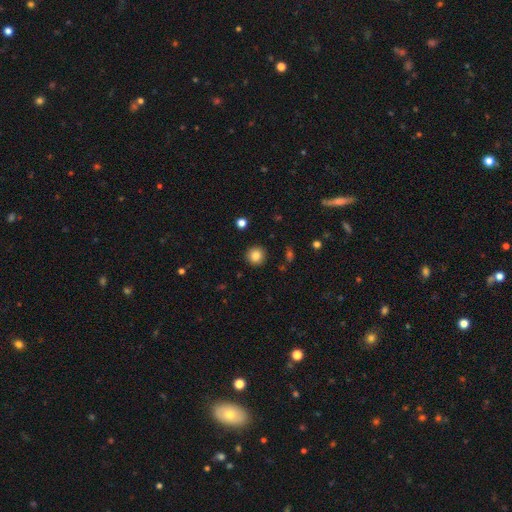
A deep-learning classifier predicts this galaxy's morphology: Overall: smooth (84%). How rounded: round (94%). Merging: none (92%).